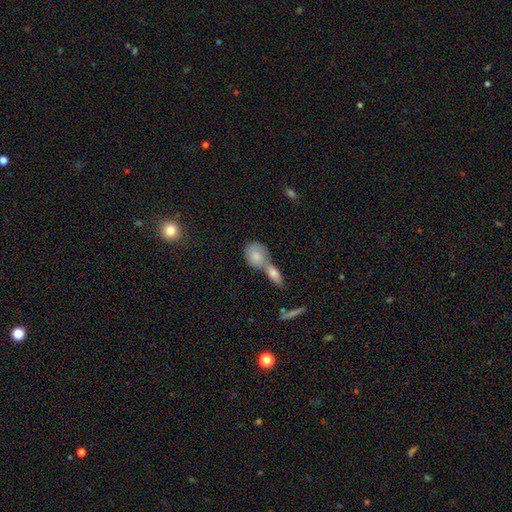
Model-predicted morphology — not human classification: Smooth or featured? smooth (79%)
How rounded? in between (55%)
Merging? merger (63%)